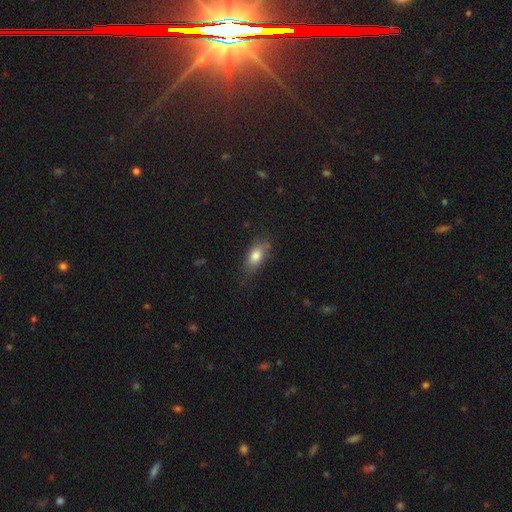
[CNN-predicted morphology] This is clearly a smooth galaxy (81%). How rounded: clearly in between (86%). Merging: likely none (72%).